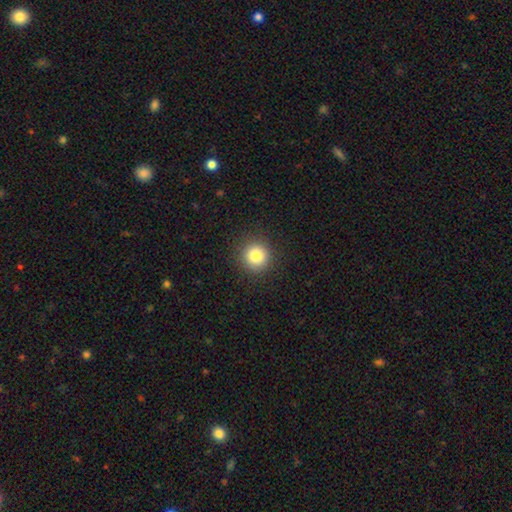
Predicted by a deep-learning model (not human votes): Smooth or featured?
  - smooth: 83% *
  - star or artifact: 11%
  - featured or disk: 6%
How rounded?
  - round: 94% *
  - in between: 5%
  - cigar-shaped: 1%
Merging?
  - none: 91% *
  - minor disturbance: 5%
  - major disturbance: 2%
  - merger: 1%